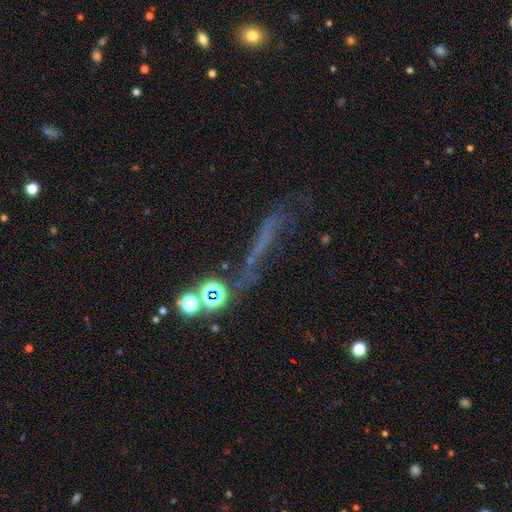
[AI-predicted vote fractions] Smooth or featured? star or artifact (38%)